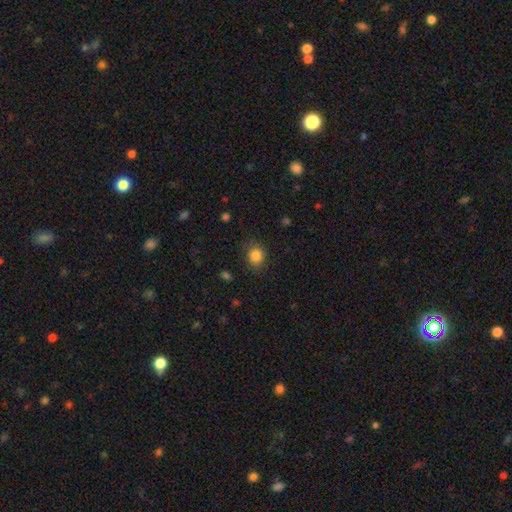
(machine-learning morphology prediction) smooth 85%, star or artifact 11%, featured or disk 5%. Down the decision tree: how rounded — round (75%); merging — none (84%).